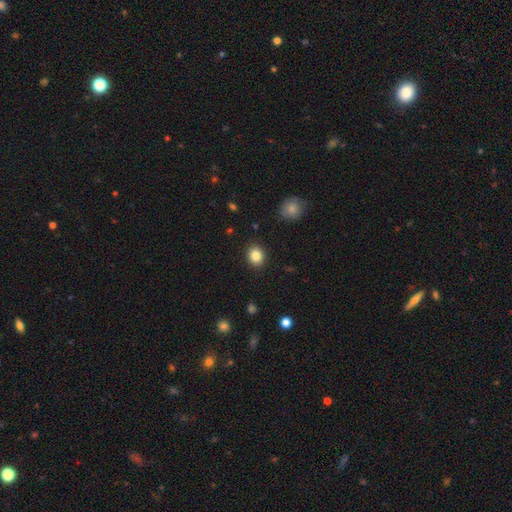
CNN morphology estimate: A smooth galaxy with no disk features (84%) that is round (65%).

Vote fractions:
- Smooth or featured? smooth: 84% / star or artifact: 10% / featured or disk: 6%
- How rounded? round: 65% / in between: 34% / cigar-shaped: 1%
- Merging? none: 90% / minor disturbance: 7% / major disturbance: 2% / merger: 1%